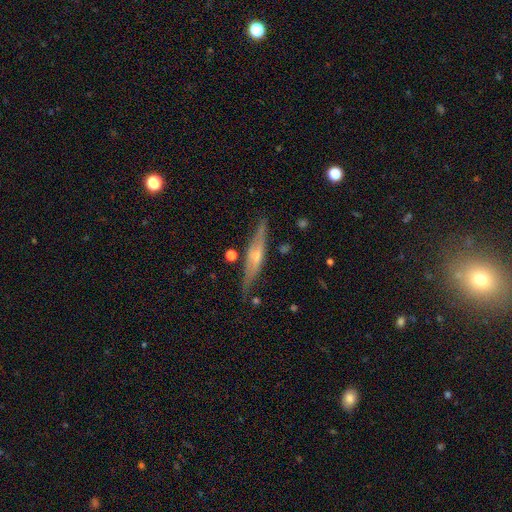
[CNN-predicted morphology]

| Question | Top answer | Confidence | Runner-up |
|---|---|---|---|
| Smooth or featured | featured or disk | 73% | smooth (21%) |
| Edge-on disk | yes | 93% | no (7%) |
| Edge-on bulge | rounded | 81% | none (11%) |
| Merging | none | 83% | minor disturbance (12%) |